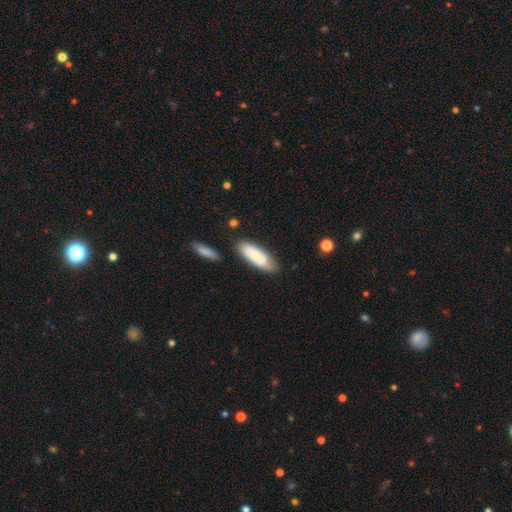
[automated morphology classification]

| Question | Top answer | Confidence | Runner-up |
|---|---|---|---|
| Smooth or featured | smooth | 71% | featured or disk (23%) |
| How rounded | in between | 67% | cigar-shaped (31%) |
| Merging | none | 75% | minor disturbance (16%) |